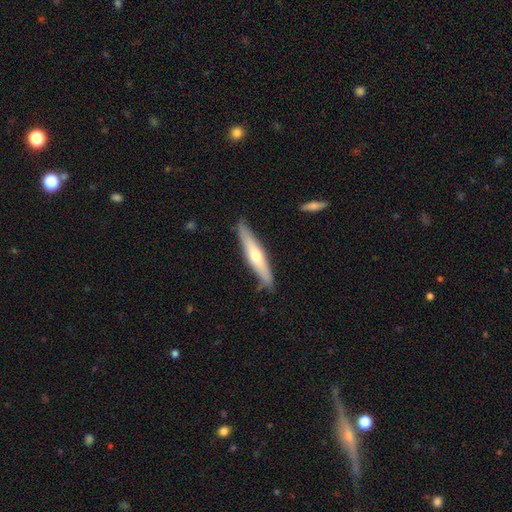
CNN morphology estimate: The model was most divided on "smooth or featured": featured or disk: 50%, smooth: 44%, star or artifact: 6%. More confident: edge-on disk — yes (90%); merging — none (86%).